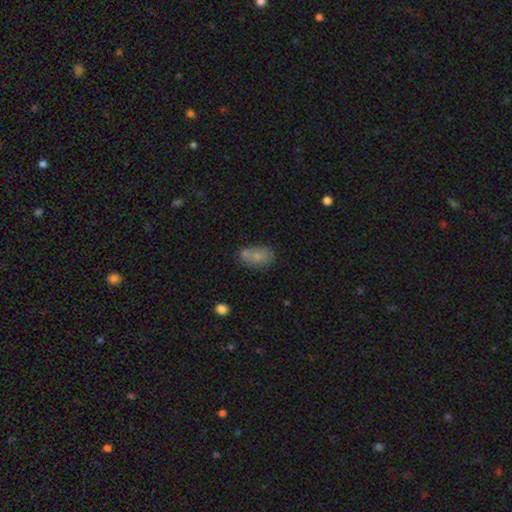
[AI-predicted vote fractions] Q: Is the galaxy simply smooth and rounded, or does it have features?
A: smooth — 71%.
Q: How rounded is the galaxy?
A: in between — 84%.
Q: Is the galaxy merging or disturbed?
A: none — 45%.